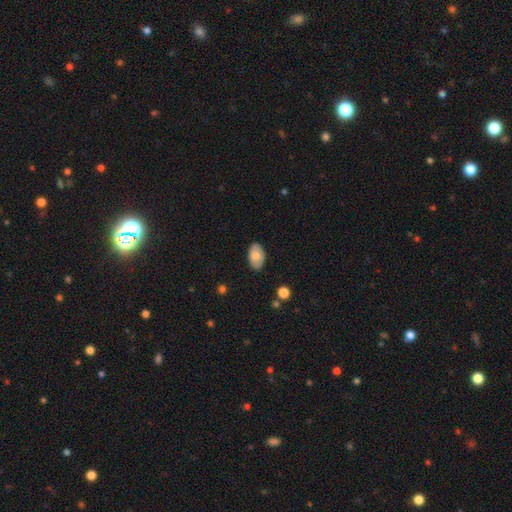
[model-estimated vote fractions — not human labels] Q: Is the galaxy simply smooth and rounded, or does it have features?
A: smooth — 68%.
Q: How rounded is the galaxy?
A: in between — 92%.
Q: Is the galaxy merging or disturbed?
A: none — 84%.